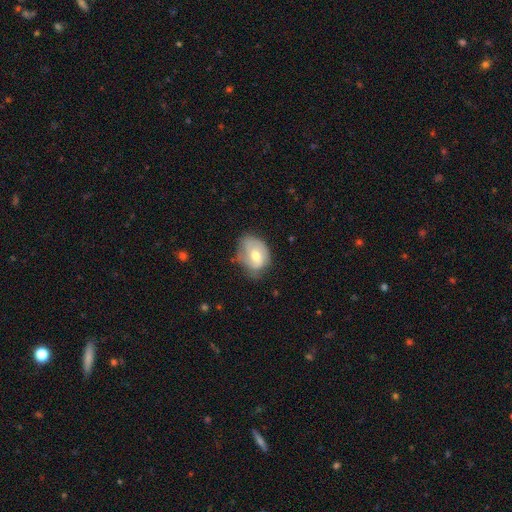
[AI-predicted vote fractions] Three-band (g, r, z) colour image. It shows a smooth galaxy with no disk features (47%). Merging: none (49%).